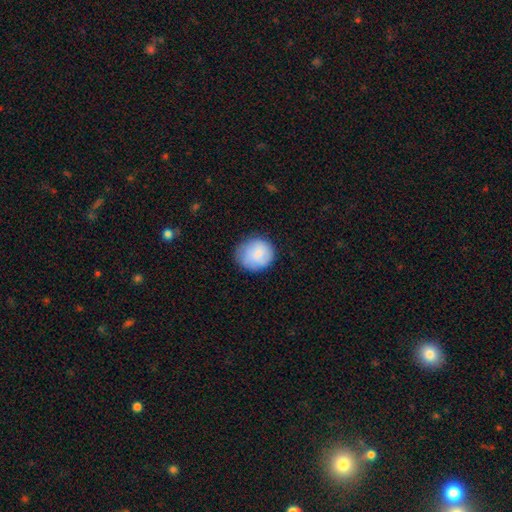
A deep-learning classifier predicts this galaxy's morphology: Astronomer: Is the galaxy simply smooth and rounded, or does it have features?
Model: smooth — 78%.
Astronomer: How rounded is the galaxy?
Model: round — 77%.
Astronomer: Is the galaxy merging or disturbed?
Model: none — 73%.